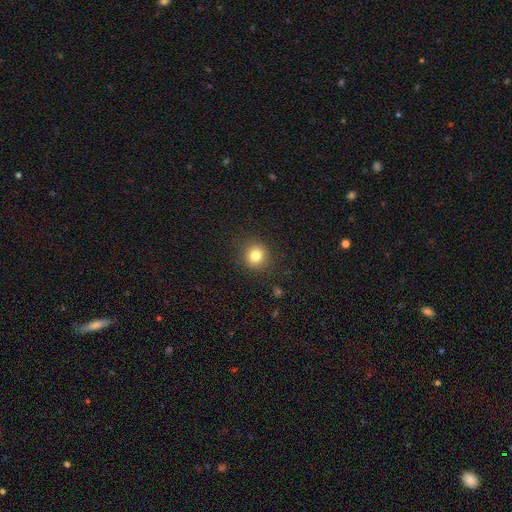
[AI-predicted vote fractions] This is clearly a smooth galaxy (81%). How rounded: clearly round (87%). Merging: clearly none (89%).